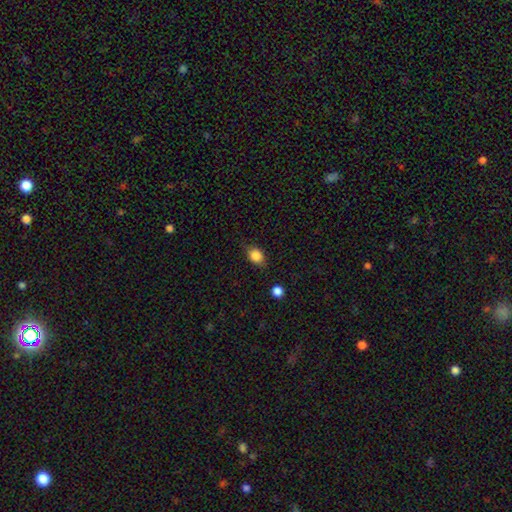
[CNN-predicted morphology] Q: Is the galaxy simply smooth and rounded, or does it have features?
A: smooth — 83%.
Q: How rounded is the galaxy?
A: in between — 60%.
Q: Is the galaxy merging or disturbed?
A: none — 72%.